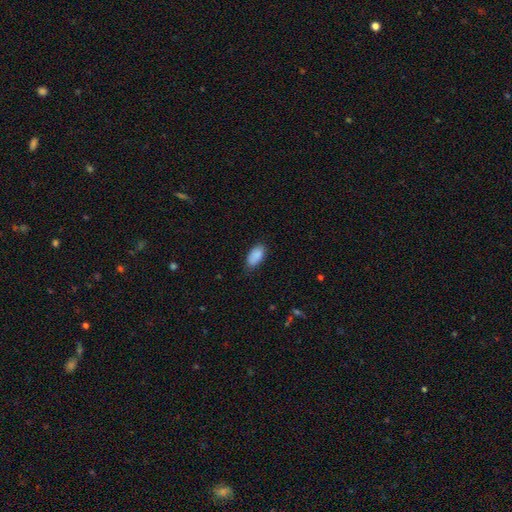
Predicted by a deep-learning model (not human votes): Overall: smooth (88%). How rounded: in between (93%). Merging: none (75%).